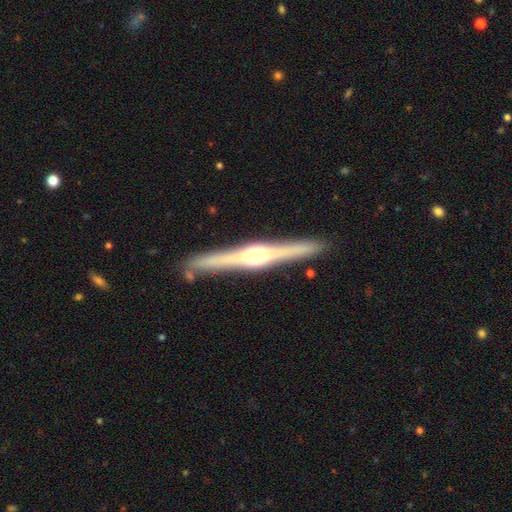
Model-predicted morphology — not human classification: smooth_or_featured: featured or disk (p=0.84) [alt: smooth p=0.11]
disk_edge_on: yes (p=0.98) [alt: no p=0.02]
edge_on_bulge: rounded (p=0.71) [alt: boxy p=0.23]
merging: none (p=0.90) [alt: minor disturbance p=0.07]